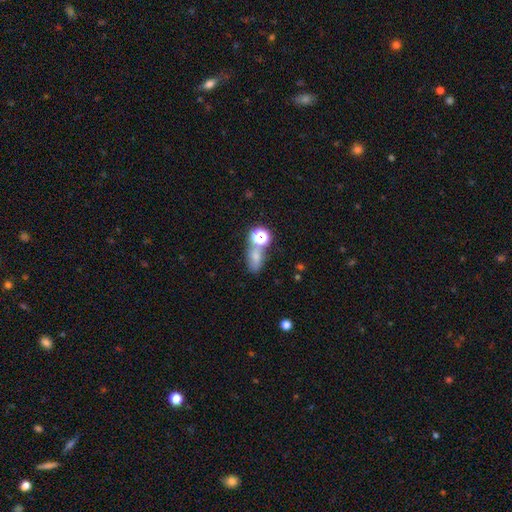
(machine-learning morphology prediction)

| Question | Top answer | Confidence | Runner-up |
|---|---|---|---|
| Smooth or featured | smooth | 59% | star or artifact (26%) |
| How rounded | in between | 68% | round (27%) |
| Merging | none | 51% | merger (24%) |